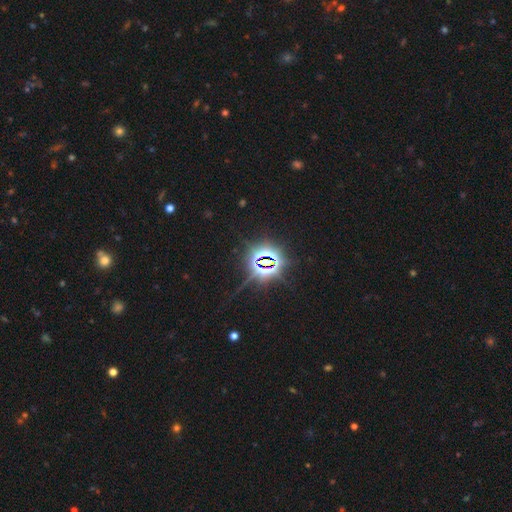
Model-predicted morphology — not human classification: Q: Smooth or featured?
A: star or artifact (83%); runner-up: smooth (9%)